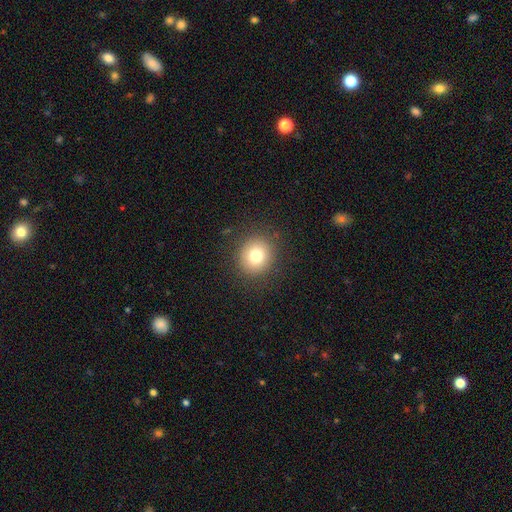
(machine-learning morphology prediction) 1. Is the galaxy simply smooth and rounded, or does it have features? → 77% smooth, 12% star or artifact, 11% featured or disk.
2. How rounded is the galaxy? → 86% round, 13% in between, 1% cigar-shaped.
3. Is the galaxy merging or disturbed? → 89% none, 7% minor disturbance, 3% major disturbance, 1% merger.